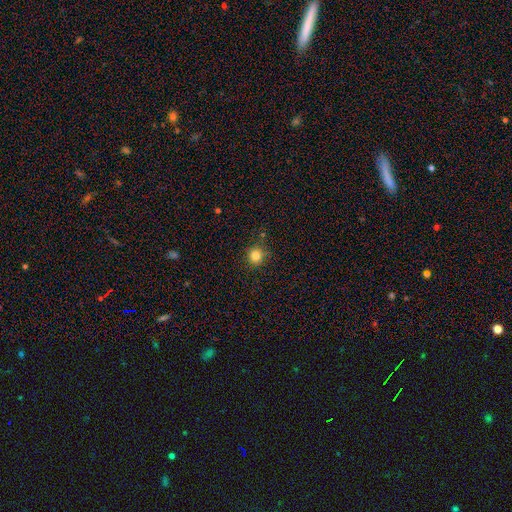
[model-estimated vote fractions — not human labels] Smooth or featured?
  - smooth: 83% *
  - star or artifact: 12%
  - featured or disk: 5%
How rounded?
  - round: 93% *
  - in between: 6%
  - cigar-shaped: 1%
Merging?
  - none: 88% *
  - minor disturbance: 8%
  - major disturbance: 2%
  - merger: 2%